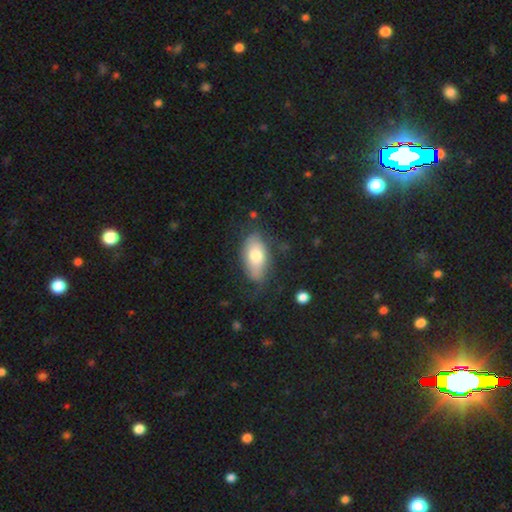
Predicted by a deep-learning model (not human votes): A smooth galaxy with no disk features (71%) that is in between round and cigar-shaped (90%). Merging: none (67%).